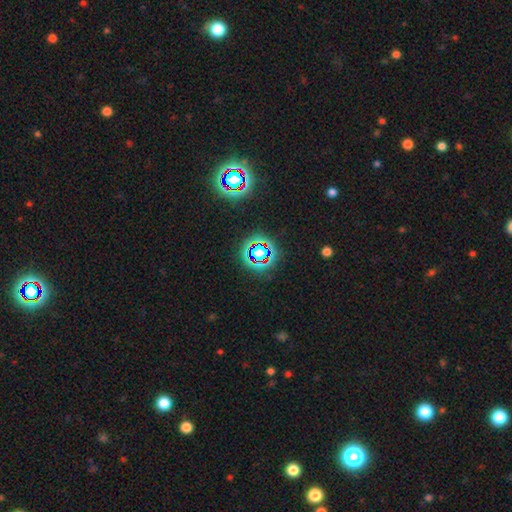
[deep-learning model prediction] Morphology: type=star or artifact (79%).